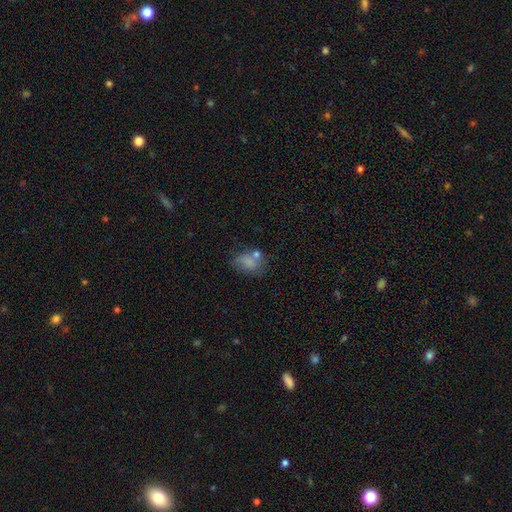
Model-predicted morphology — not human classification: smooth-or-featured: smooth: 71% | featured or disk: 17% | star or artifact: 13%
  how-rounded: in between: 67% | round: 31% | cigar-shaped: 2%
  merging: none: 43% | minor disturbance: 23% | merger: 21% | major disturbance: 13%